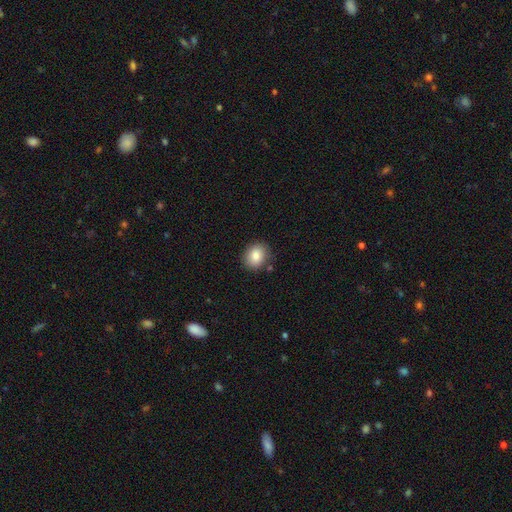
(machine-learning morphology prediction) This is clearly a smooth galaxy (84%). How rounded: possibly round (58%). Merging: clearly none (83%).